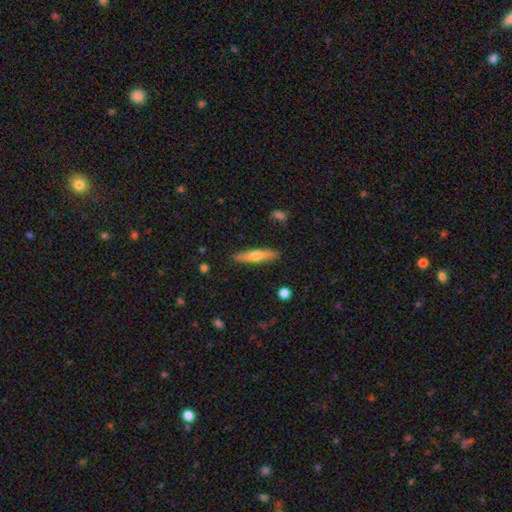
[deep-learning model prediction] Smooth or featured: smooth — 53% (featured or disk — 41%)
How rounded: cigar-shaped — 84% (in between — 14%)
Merging: none — 89% (minor disturbance — 8%)